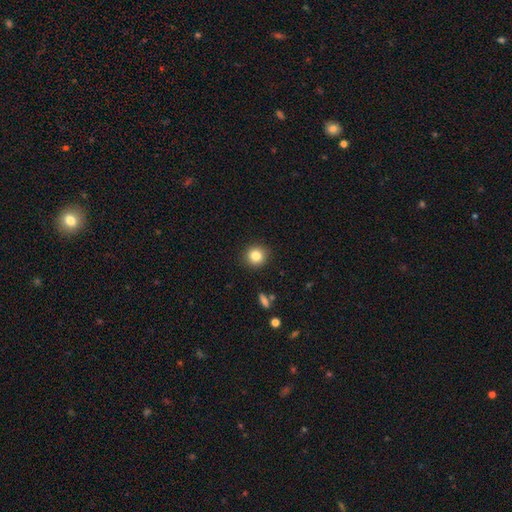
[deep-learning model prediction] smooth_or_featured: smooth (p=0.83) [alt: star or artifact p=0.10]
how_rounded: round (p=0.91) [alt: in between p=0.08]
merging: none (p=0.90) [alt: minor disturbance p=0.06]